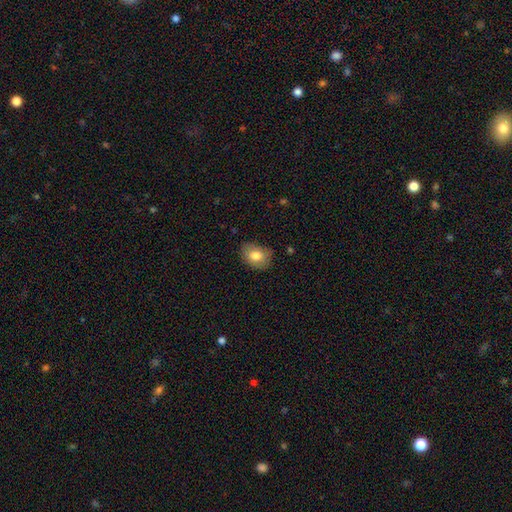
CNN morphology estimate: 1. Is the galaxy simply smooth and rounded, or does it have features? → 80% smooth, 12% featured or disk, 8% star or artifact.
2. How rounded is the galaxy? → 68% in between, 31% round, 1% cigar-shaped.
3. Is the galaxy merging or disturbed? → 72% none, 22% minor disturbance, 4% major disturbance, 2% merger.